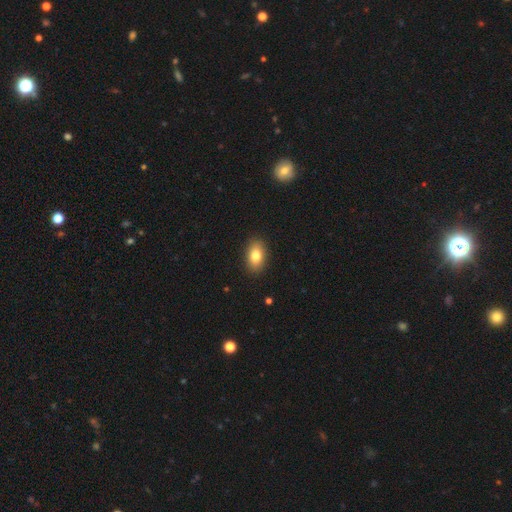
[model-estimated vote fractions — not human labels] A smooth galaxy with no disk features (80%) that is in between round and cigar-shaped (89%).

Vote fractions:
- Smooth or featured? smooth: 80% / featured or disk: 11% / star or artifact: 8%
- How rounded? in between: 89% / round: 9% / cigar-shaped: 2%
- Merging? none: 90% / minor disturbance: 7% / major disturbance: 2% / merger: 1%